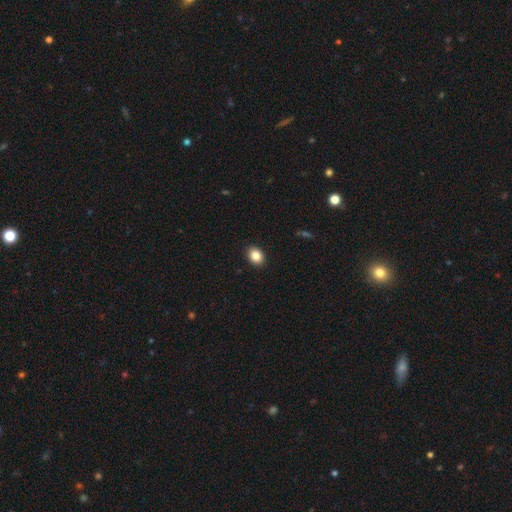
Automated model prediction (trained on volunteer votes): A smooth galaxy with no disk features (86%) that is in between round and cigar-shaped (62%). Merging: none (91%).